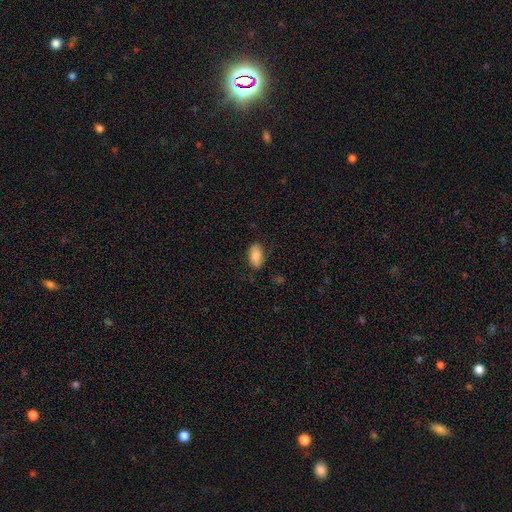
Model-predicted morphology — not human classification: Smooth or featured? smooth (80%)
How rounded? in between (92%)
Merging? none (75%)